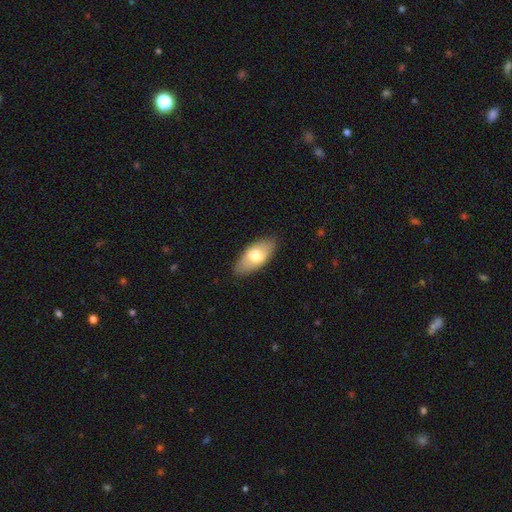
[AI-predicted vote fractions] A smooth galaxy with no disk features (67%) that is in between round and cigar-shaped (89%).

Vote fractions:
- Smooth or featured? smooth: 67% / featured or disk: 27% / star or artifact: 6%
- How rounded? in between: 89% / cigar-shaped: 8% / round: 3%
- Merging? none: 85% / minor disturbance: 12% / major disturbance: 2% / merger: 1%